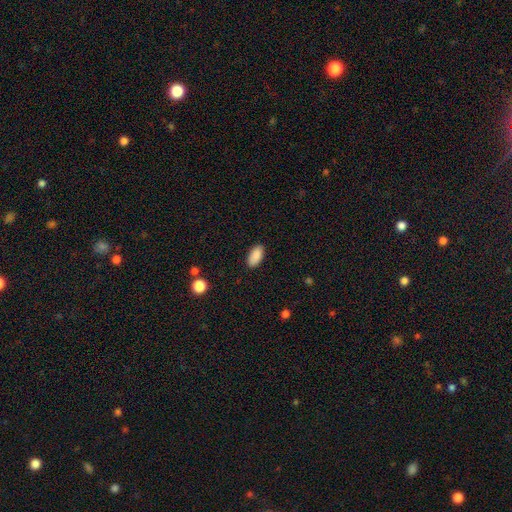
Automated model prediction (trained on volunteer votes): A smooth galaxy with no disk features (89%) that is in between round and cigar-shaped (92%). Merging: none (88%).